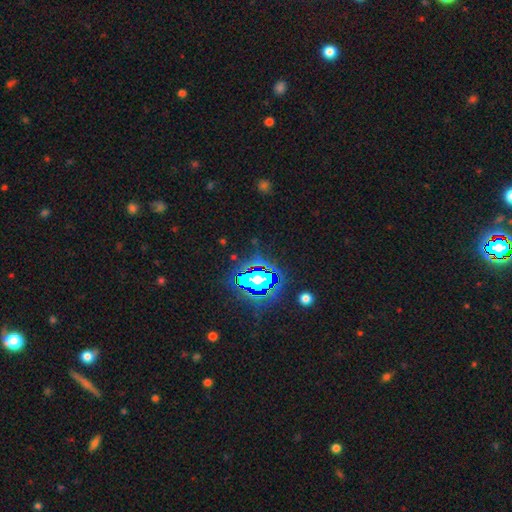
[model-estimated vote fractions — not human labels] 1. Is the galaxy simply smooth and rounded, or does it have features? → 78% star or artifact, 14% smooth, 8% featured or disk.